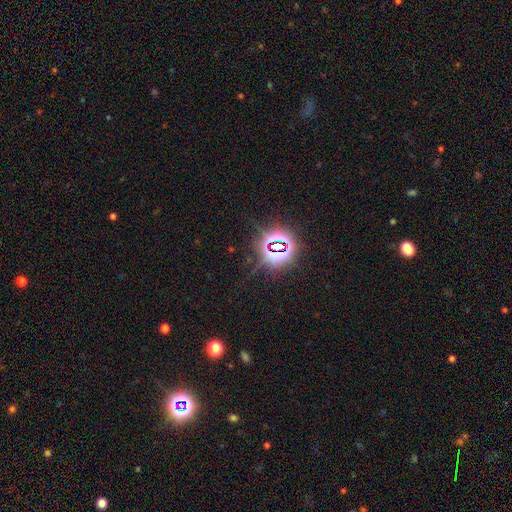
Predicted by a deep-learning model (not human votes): Smooth or featured: star or artifact — 82% (smooth — 12%)